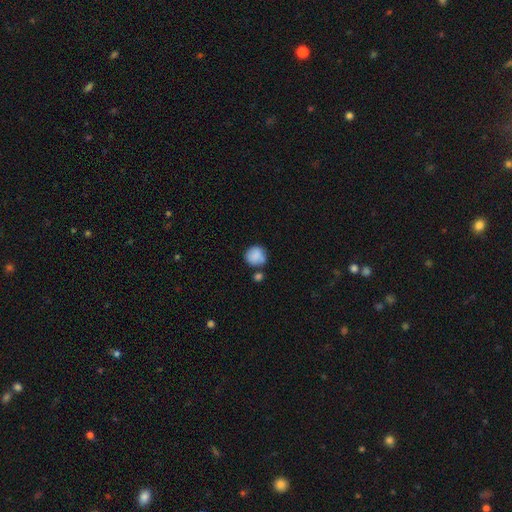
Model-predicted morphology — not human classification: This is clearly a smooth galaxy (83%). How rounded: clearly round (85%). Merging: possibly none (57%).